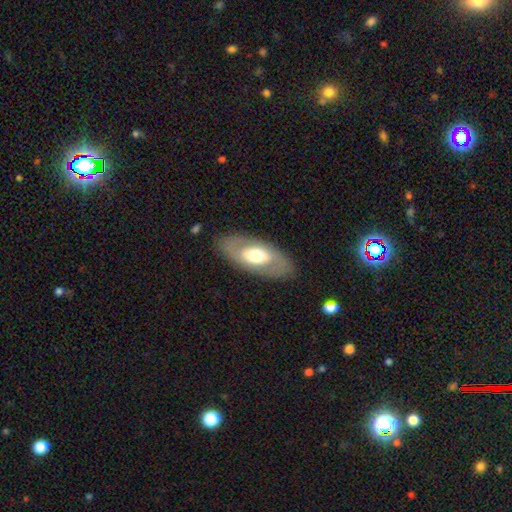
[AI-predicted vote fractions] Q: Smooth or featured?
A: featured or disk (52%); runner-up: smooth (42%)
Q: Edge-on disk?
A: no (87%); runner-up: yes (13%)
Q: Merging?
A: none (83%); runner-up: minor disturbance (11%)